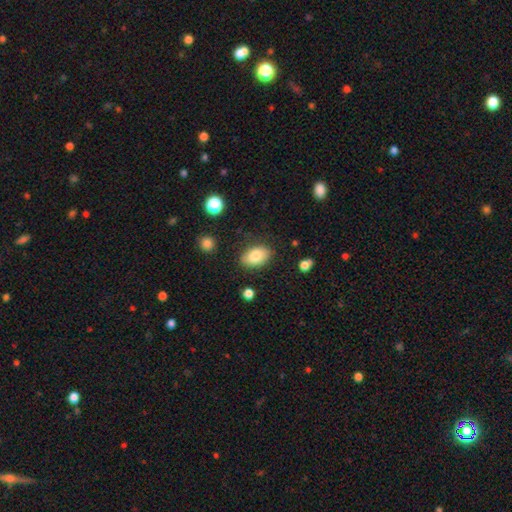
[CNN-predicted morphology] smooth-or-featured: smooth: 82% | featured or disk: 11% | star or artifact: 8%
  how-rounded: in between: 89% | round: 10% | cigar-shaped: 1%
  merging: none: 82% | minor disturbance: 13% | major disturbance: 3% | merger: 2%